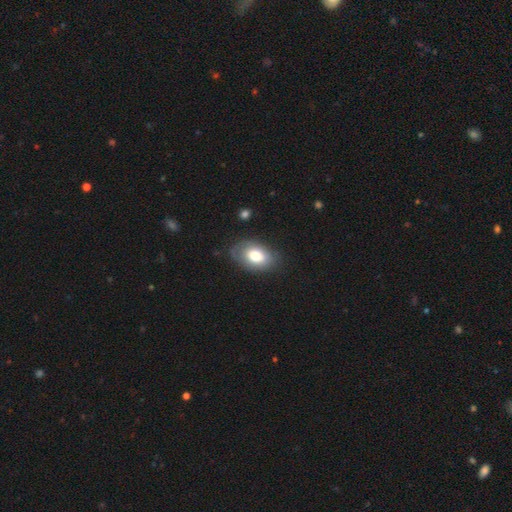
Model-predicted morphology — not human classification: Smooth or featured? smooth (73%)
How rounded? in between (87%)
Merging? none (74%)